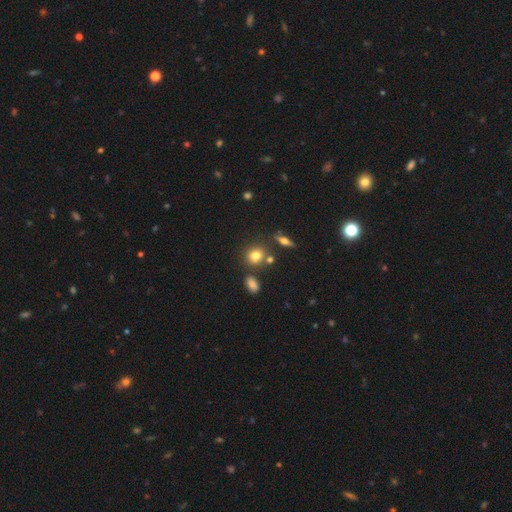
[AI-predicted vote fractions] The model was most divided on "how rounded": round: 68%, in between: 30%, cigar-shaped: 2%. More confident: smooth or featured — smooth (75%); merging — none (72%).